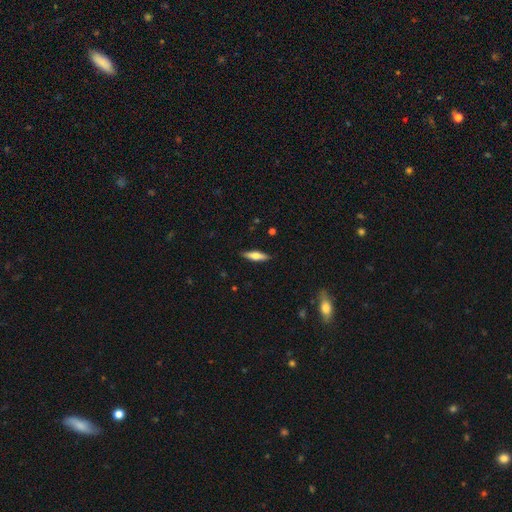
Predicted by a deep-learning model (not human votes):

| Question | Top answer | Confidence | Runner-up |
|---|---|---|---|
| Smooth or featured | smooth | 53% | featured or disk (41%) |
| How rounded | cigar-shaped | 66% | in between (32%) |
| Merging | none | 89% | minor disturbance (8%) |